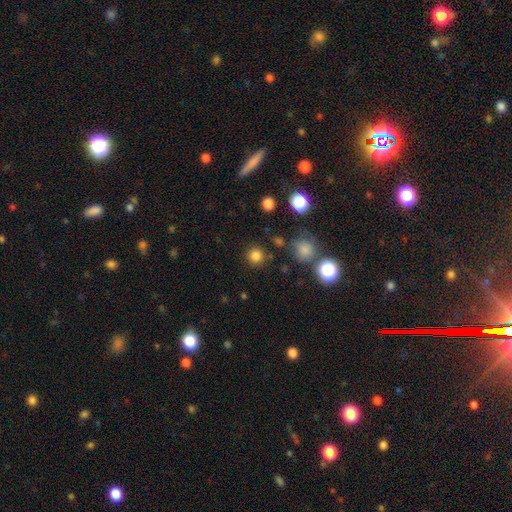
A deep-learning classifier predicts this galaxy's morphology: This appears to be a smooth galaxy with no disk features (81%) that is round (94%). Merging: none (87%).